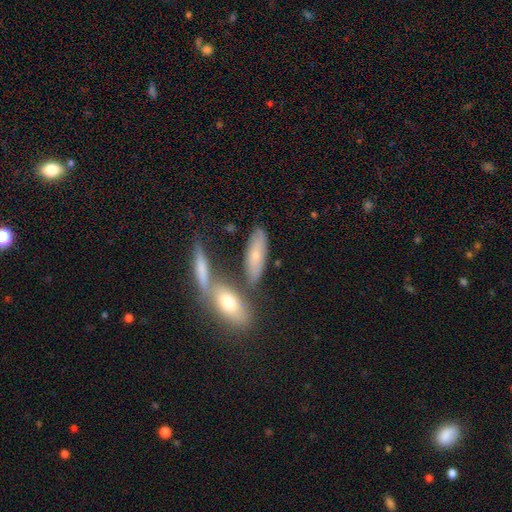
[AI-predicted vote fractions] Smooth or featured? Predicted: smooth (p=0.64). How rounded? Predicted: in between (p=0.63). Merging? Predicted: none (p=0.55).